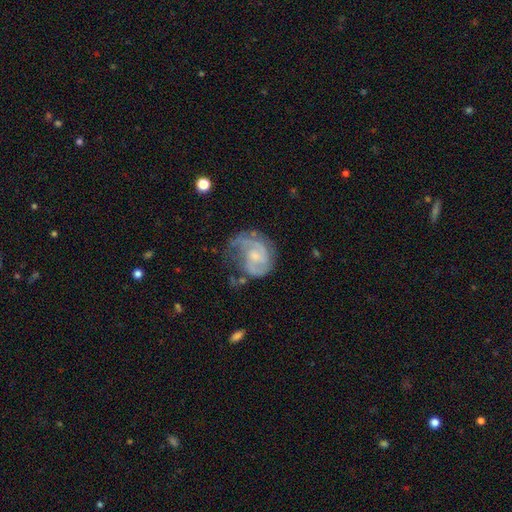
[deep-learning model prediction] A featured or disk galaxy (81%) with no bar (53%), 2 (59%) medium (44%) spiral arms (93%) and a small central bulge (52%). Merging: none (47%).